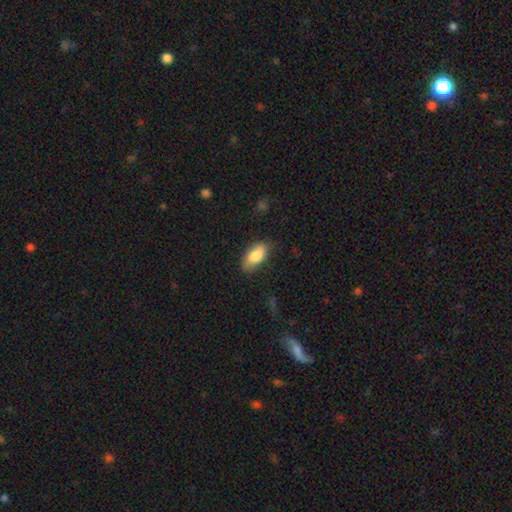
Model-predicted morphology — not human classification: Overall: smooth (83%). How rounded: in between (90%). Merging: none (78%).